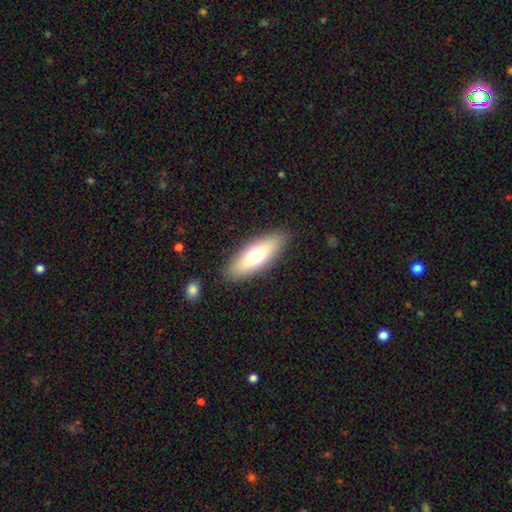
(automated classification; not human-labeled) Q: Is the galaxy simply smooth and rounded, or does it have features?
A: smooth — 66%.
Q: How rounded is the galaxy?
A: in between — 63%.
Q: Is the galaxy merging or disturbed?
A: none — 88%.